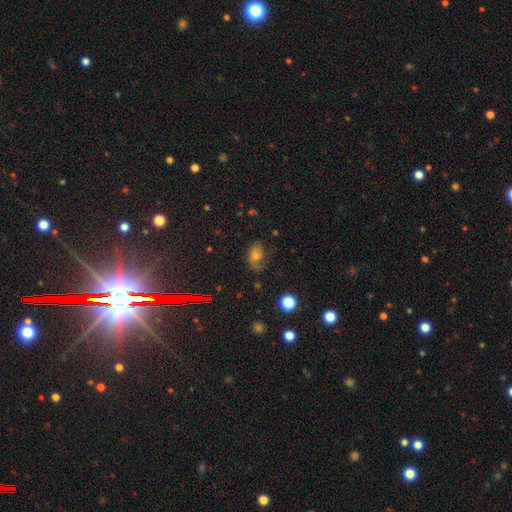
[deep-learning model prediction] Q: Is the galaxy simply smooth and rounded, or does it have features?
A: smooth — 47%.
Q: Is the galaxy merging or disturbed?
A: none — 56%.